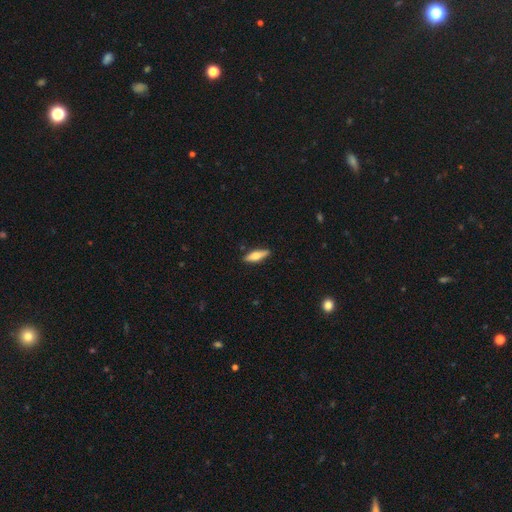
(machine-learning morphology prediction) type=smooth (53%); roundness=cigar-shaped (56%); merging=none (88%).